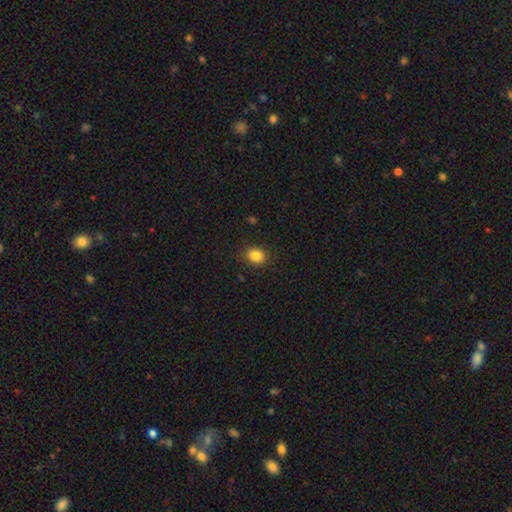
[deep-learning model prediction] Smooth or featured: smooth — 85% (star or artifact — 10%)
How rounded: round — 52% (in between — 47%)
Merging: none — 88% (minor disturbance — 9%)